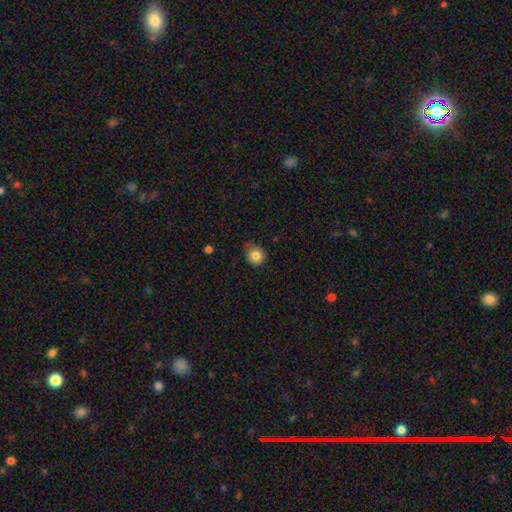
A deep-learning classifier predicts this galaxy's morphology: This is clearly a smooth galaxy (84%). How rounded: clearly round (88%). Merging: likely none (68%).